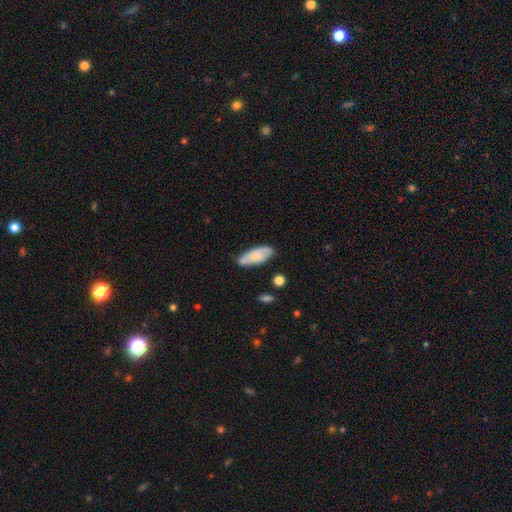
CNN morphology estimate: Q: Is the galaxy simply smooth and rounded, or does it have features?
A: smooth — 70%.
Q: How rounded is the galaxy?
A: in between — 81%.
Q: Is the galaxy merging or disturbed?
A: none — 68%.